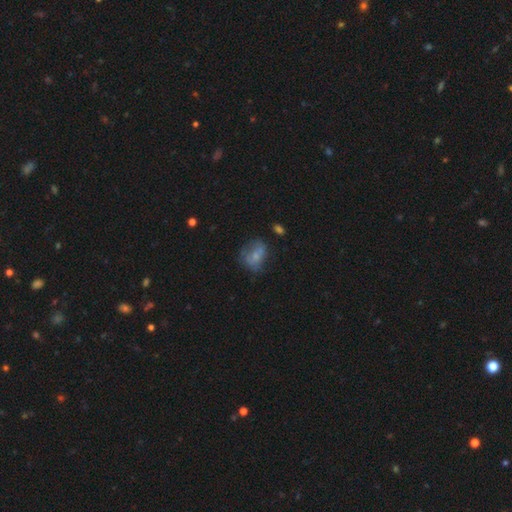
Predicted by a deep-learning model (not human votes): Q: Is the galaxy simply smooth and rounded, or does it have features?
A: smooth — 57%.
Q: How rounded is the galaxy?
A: in between — 62%.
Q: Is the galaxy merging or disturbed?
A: none — 41%.